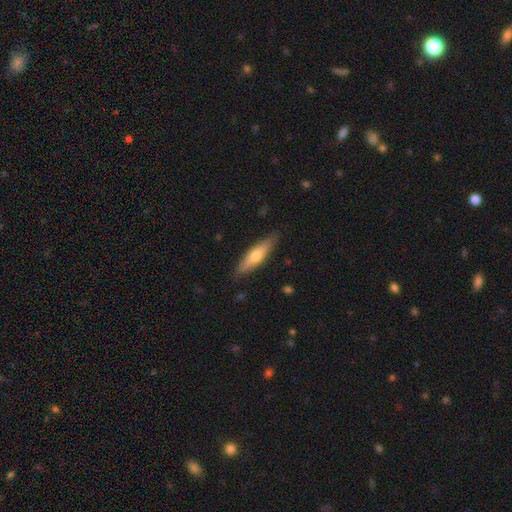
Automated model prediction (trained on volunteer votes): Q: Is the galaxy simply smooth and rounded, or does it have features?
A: smooth — 52%.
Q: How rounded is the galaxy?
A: cigar-shaped — 75%.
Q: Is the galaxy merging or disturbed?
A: none — 86%.